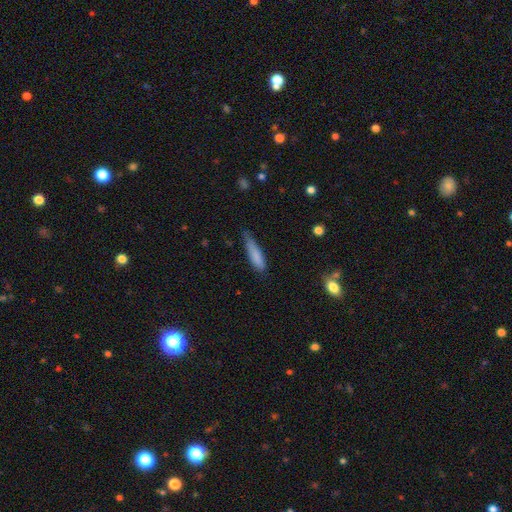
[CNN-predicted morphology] Smooth or featured: smooth — 82% (featured or disk — 12%)
How rounded: cigar-shaped — 72% (in between — 26%)
Merging: none — 48% (minor disturbance — 40%)